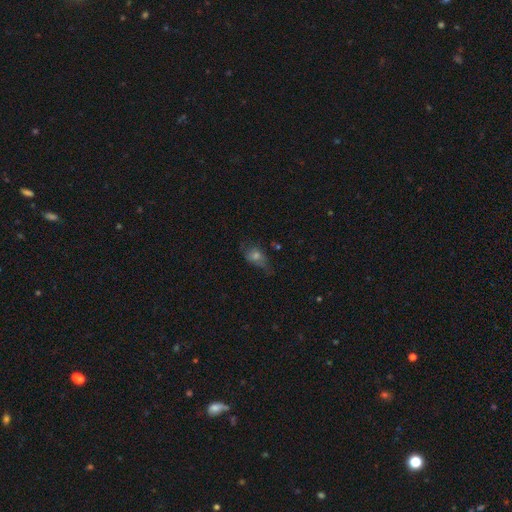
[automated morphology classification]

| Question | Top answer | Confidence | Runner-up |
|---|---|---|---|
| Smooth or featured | smooth | 53% | featured or disk (29%) |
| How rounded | in between | 67% | round (27%) |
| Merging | none | 45% | minor disturbance (30%) |